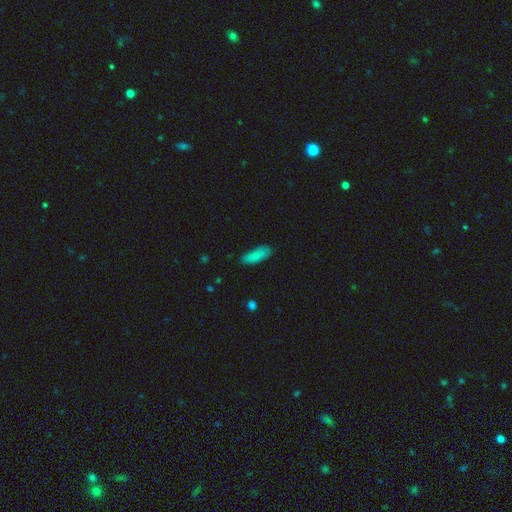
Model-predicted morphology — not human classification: Smooth or featured: smooth — 85% (featured or disk — 9%)
How rounded: in between — 63% (cigar-shaped — 35%)
Merging: none — 80% (minor disturbance — 15%)